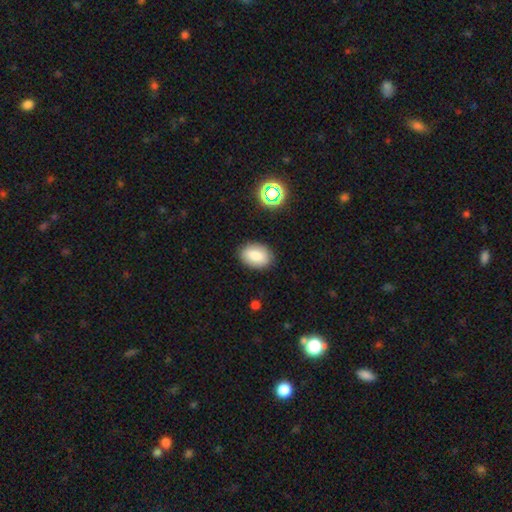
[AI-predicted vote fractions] The model was most divided on "how rounded": in between: 83%, round: 16%, cigar-shaped: 1%. More confident: merging — none (86%); smooth or featured — smooth (80%).